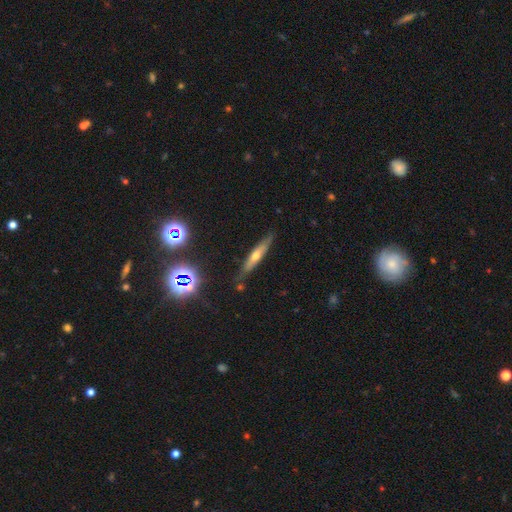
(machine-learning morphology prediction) Q: Smooth or featured?
A: featured or disk (50%); runner-up: smooth (37%)
Q: Merging?
A: none (82%); runner-up: minor disturbance (13%)